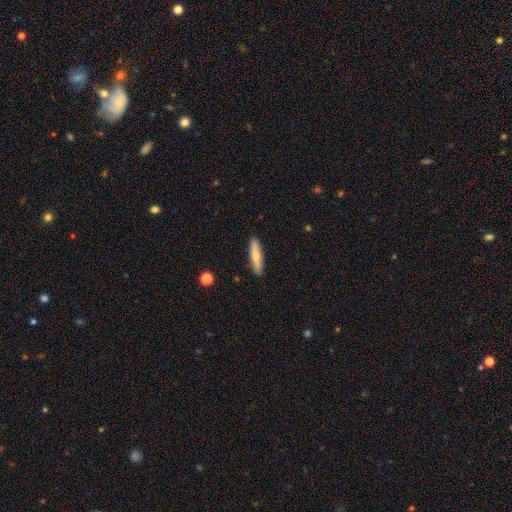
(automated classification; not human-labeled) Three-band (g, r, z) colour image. It shows a smooth galaxy with no disk features (61%) that is cigar-shaped (84%). Merging: none (90%).